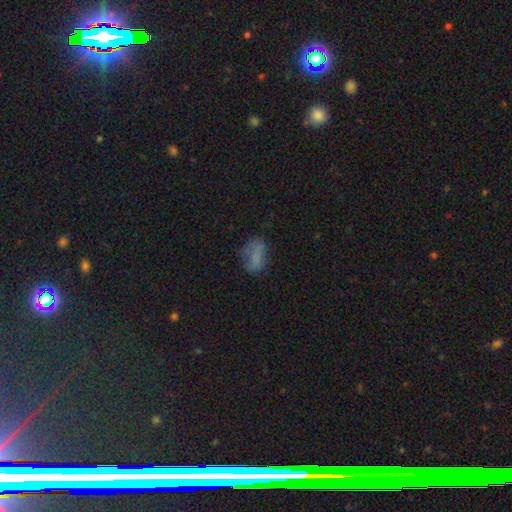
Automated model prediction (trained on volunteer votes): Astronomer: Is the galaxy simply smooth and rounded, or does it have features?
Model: smooth — 67%.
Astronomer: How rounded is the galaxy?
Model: in between — 83%.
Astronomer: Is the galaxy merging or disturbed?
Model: none — 51%.